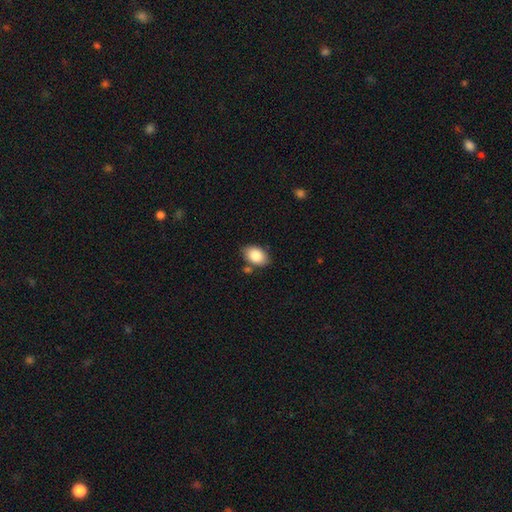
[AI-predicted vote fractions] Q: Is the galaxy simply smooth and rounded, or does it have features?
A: smooth — 86%.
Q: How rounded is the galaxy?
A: in between — 86%.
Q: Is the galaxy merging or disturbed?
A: none — 76%.